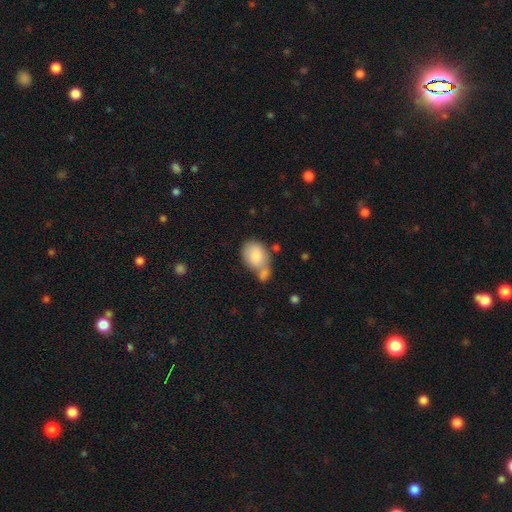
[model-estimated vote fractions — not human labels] smooth 82%, featured or disk 11%, star or artifact 7%. Down the decision tree: how rounded — in between (70%); merging — merger (41%).